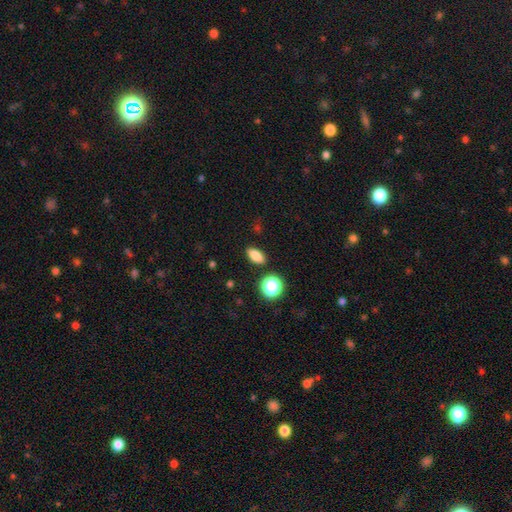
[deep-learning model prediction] Smooth or featured? smooth (81%)
How rounded? in between (78%)
Merging? none (87%)